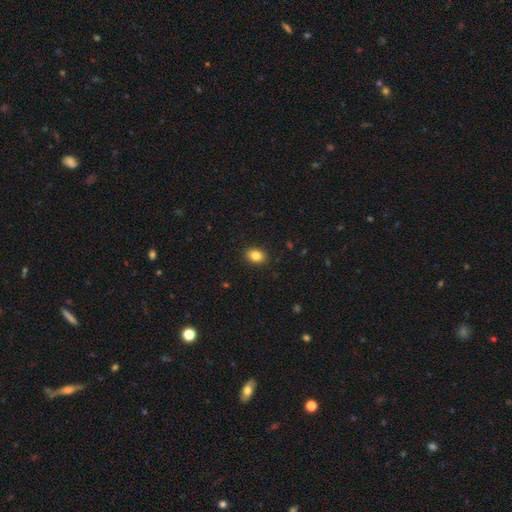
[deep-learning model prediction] Smooth or featured: smooth — 84% (star or artifact — 10%)
How rounded: in between — 67% (round — 32%)
Merging: none — 90% (minor disturbance — 7%)